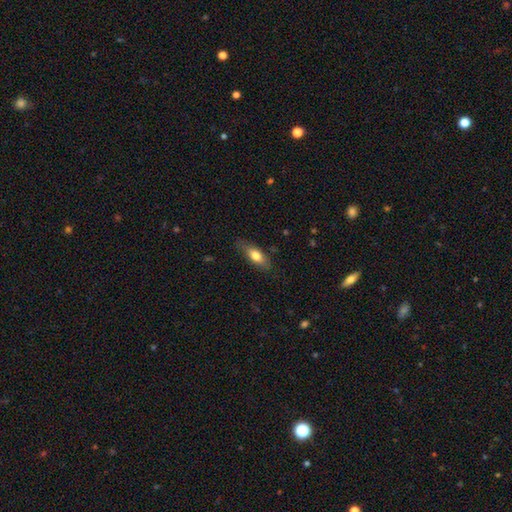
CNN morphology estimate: The model was most divided on "how rounded": in between: 71%, cigar-shaped: 26%, round: 3%. More confident: merging — none (73%); smooth or featured — smooth (71%).